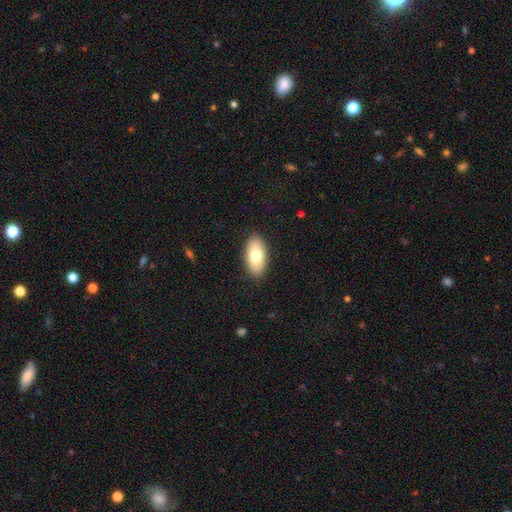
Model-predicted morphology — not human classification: smooth-or-featured: smooth: 75% | featured or disk: 19% | star or artifact: 6%
  how-rounded: in between: 93% | cigar-shaped: 4% | round: 3%
  merging: none: 88% | minor disturbance: 9% | major disturbance: 2% | merger: 1%